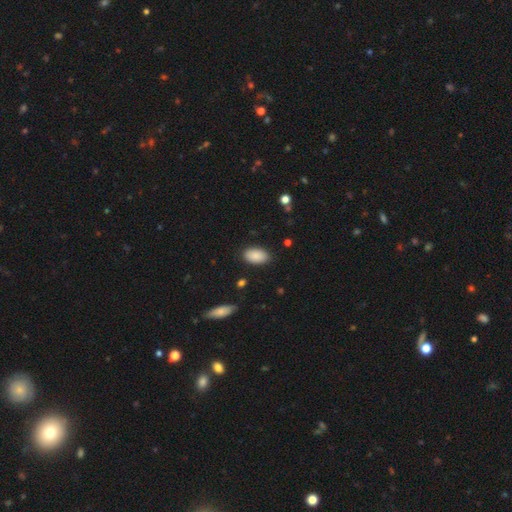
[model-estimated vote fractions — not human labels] smooth 89%, star or artifact 7%, featured or disk 4%. Down the decision tree: how rounded — in between (93%); merging — none (87%).